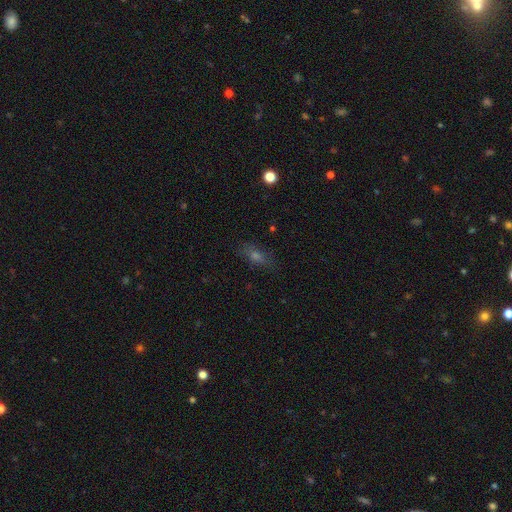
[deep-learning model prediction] smooth 50%, star or artifact 27%, featured or disk 23%. Down the decision tree: how rounded — in between (65%); merging — none (79%).